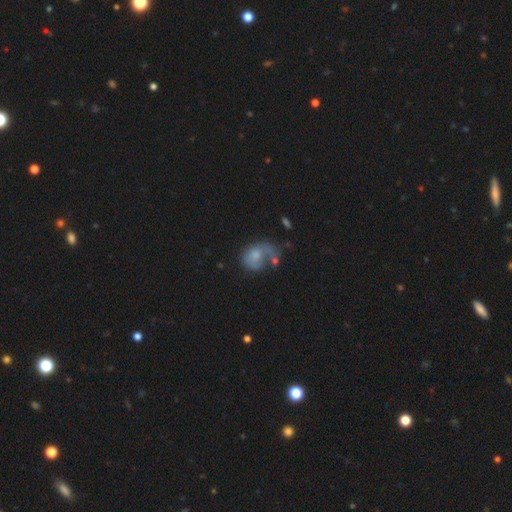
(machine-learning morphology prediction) The model was most divided on "smooth or featured": smooth: 47%, featured or disk: 44%, star or artifact: 9%. Remaining: merging — major disturbance (41%).